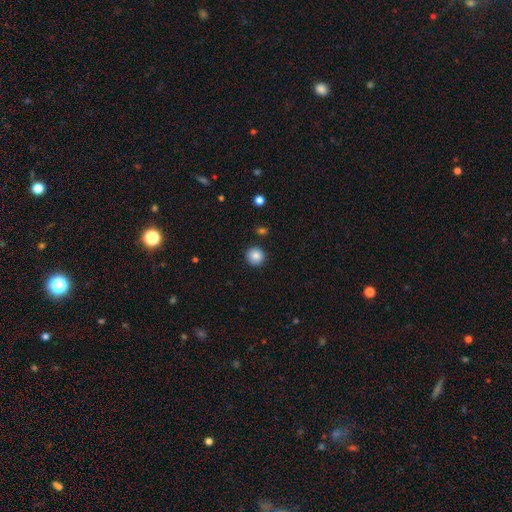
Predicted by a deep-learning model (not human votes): Smooth or featured: smooth — 87% (star or artifact — 9%)
How rounded: round — 94% (in between — 5%)
Merging: none — 90% (minor disturbance — 6%)